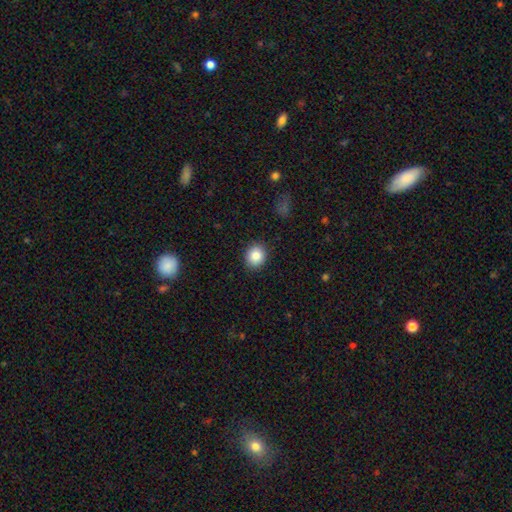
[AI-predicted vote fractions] A smooth galaxy with no disk features (86%) that is round (73%). Merging: none (89%).